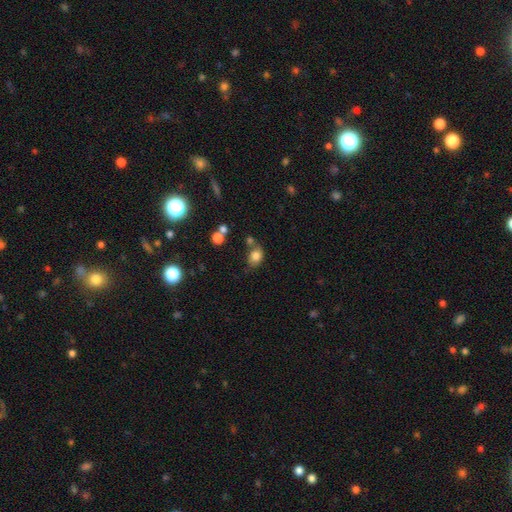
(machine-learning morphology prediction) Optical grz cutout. It shows a smooth galaxy with no disk features (81%) that is in between round and cigar-shaped (62%). Merging: none (60%).